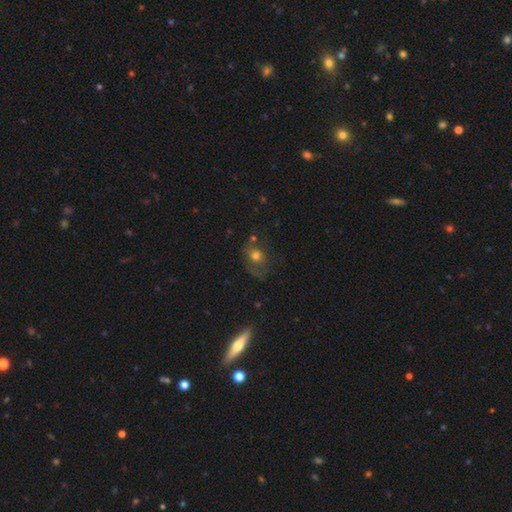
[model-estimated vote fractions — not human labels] smooth_or_featured: smooth (p=0.59) [alt: featured or disk p=0.25]
how_rounded: round (p=0.56) [alt: in between p=0.43]
merging: none (p=0.54) [alt: minor disturbance p=0.23]